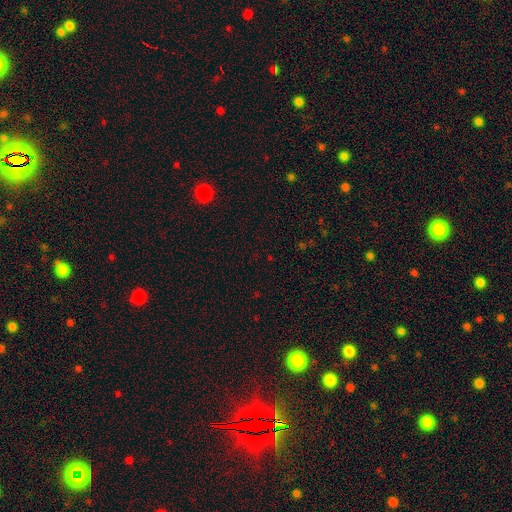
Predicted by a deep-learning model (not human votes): Smooth or featured: star or artifact — 65% (smooth — 28%)